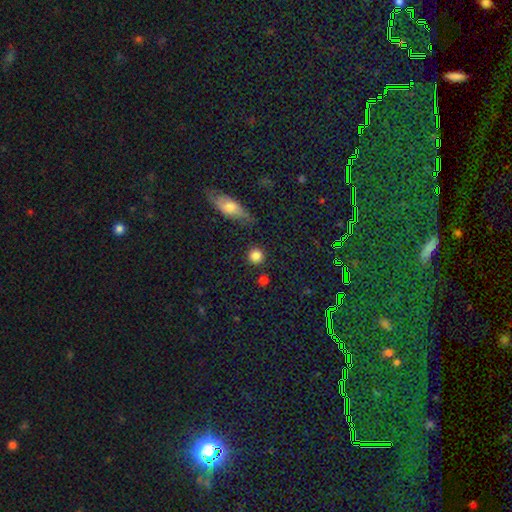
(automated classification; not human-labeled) Morphology: type=smooth (84%); roundness=round (93%); merging=none (87%).